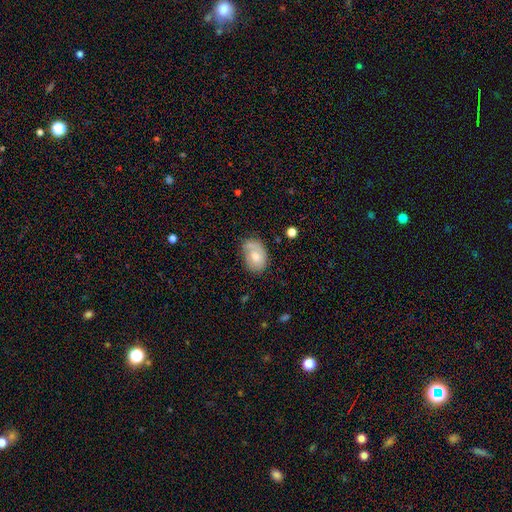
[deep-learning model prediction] Smooth or featured: smooth — 64% (featured or disk — 29%)
How rounded: in between — 78% (round — 21%)
Merging: none — 53% (minor disturbance — 29%)